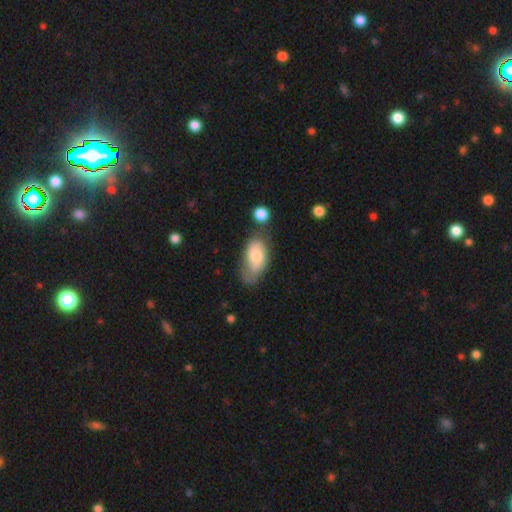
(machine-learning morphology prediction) Smooth or featured? Predicted: smooth (p=0.65). How rounded? Predicted: in between (p=0.91). Merging? Predicted: none (p=0.50).